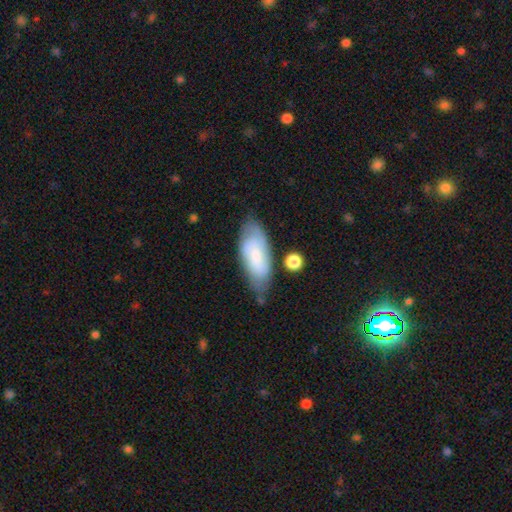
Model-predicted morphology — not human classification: type=smooth (58%); roundness=in between (82%); merging=none (63%).